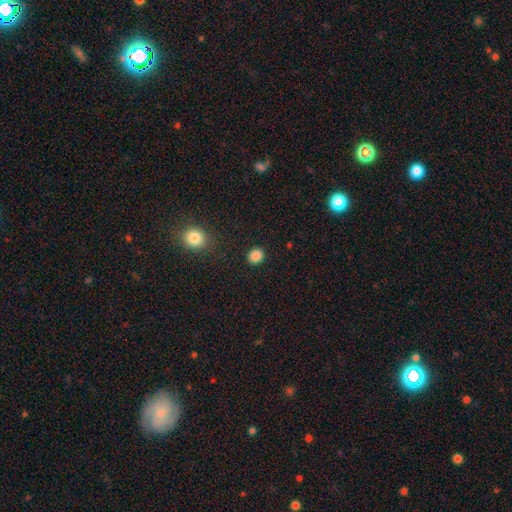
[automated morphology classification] This appears to be a smooth galaxy with no disk features (86%) that is round (79%). Merging: none (90%).